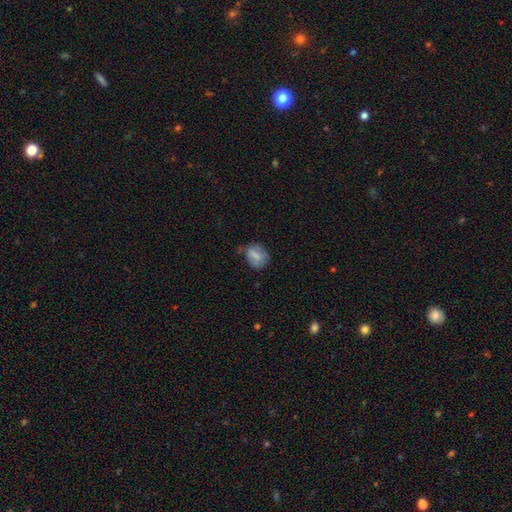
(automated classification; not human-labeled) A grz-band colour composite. It shows a smooth galaxy with no disk features (73%) that is round (51%). Merging: none (61%).